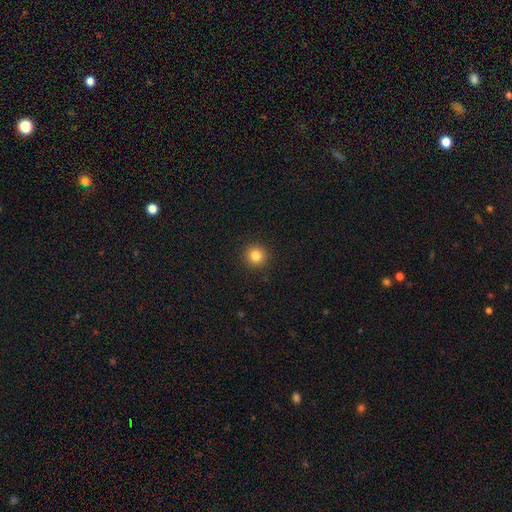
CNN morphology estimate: A smooth galaxy with no disk features (83%) that is round (94%).

Vote fractions:
- Smooth or featured? smooth: 83% / star or artifact: 12% / featured or disk: 5%
- How rounded? round: 94% / in between: 5% / cigar-shaped: 1%
- Merging? none: 93% / minor disturbance: 5% / major disturbance: 2% / merger: 1%